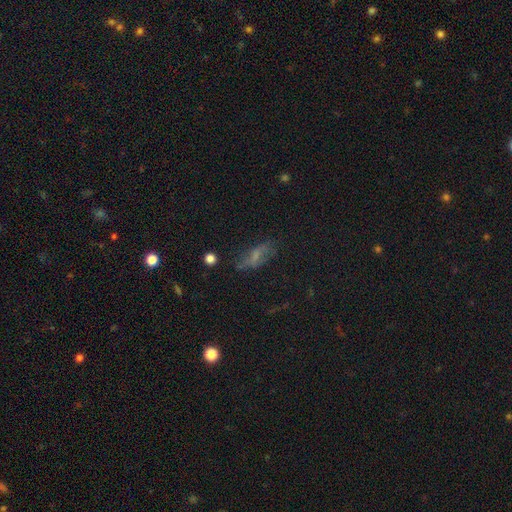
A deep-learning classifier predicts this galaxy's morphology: A smooth galaxy with no disk features (46%).

Vote fractions:
- Smooth or featured? smooth: 46% / featured or disk: 34% / star or artifact: 20%
- Merging? none: 60% / minor disturbance: 23% / major disturbance: 14% / merger: 3%